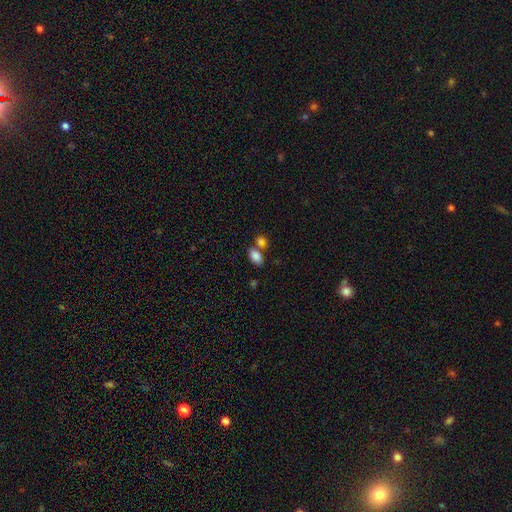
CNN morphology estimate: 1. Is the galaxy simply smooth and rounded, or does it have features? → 84% smooth, 9% star or artifact, 7% featured or disk.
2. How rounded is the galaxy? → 89% in between, 9% round, 2% cigar-shaped.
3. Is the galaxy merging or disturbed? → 52% none, 32% merger, 12% minor disturbance, 4% major disturbance.